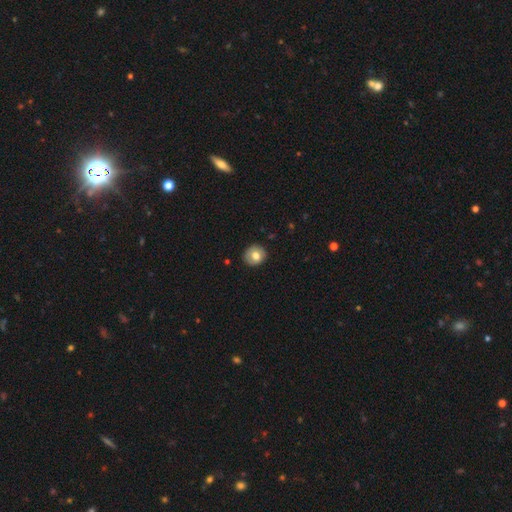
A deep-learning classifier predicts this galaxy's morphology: This appears to be a smooth galaxy with no disk features (73%) that is round (83%). Merging: none (87%).